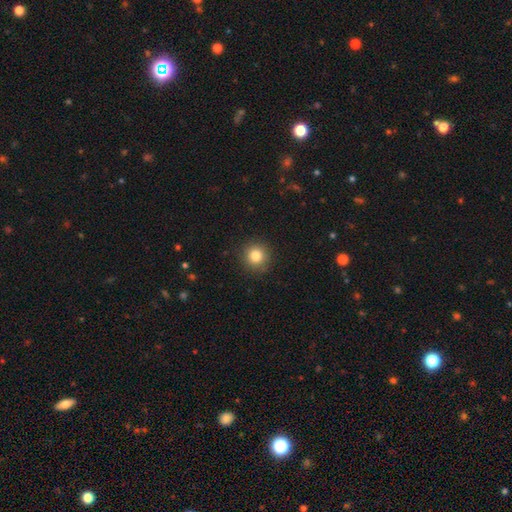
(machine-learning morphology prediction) type=smooth (83%); roundness=round (94%); merging=none (90%).